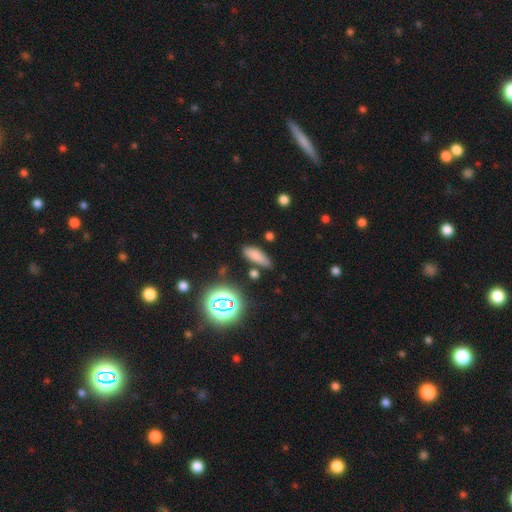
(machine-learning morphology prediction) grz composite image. It shows a smooth galaxy with no disk features (74%) that is in between round and cigar-shaped (60%). Merging: none (76%).